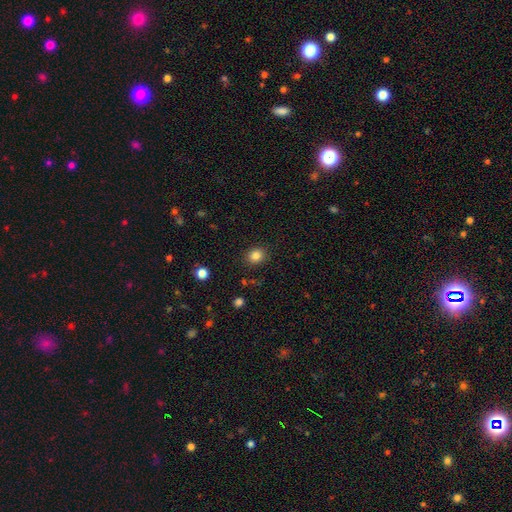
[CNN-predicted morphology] smooth 84%, star or artifact 12%, featured or disk 5%. Down the decision tree: how rounded — round (70%); merging — none (87%).